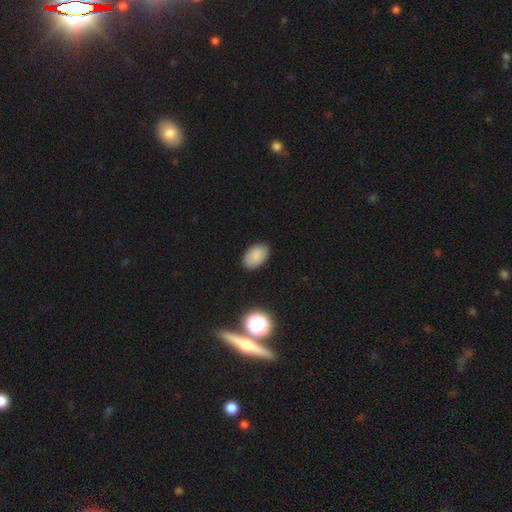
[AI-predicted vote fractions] Smooth or featured?
  - smooth: 85% *
  - star or artifact: 10%
  - featured or disk: 5%
How rounded?
  - in between: 91% *
  - round: 8%
  - cigar-shaped: 1%
Merging?
  - none: 86% *
  - minor disturbance: 10%
  - major disturbance: 2%
  - merger: 1%